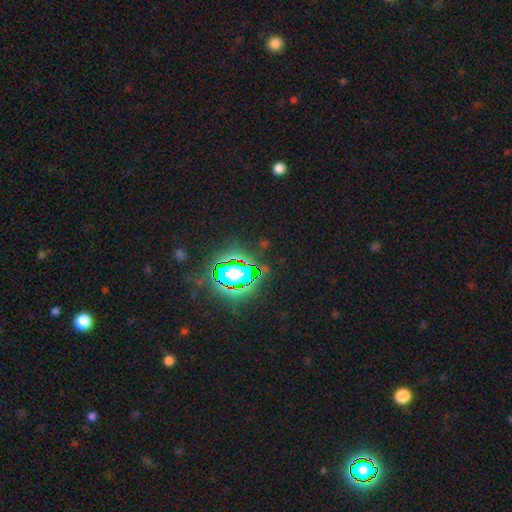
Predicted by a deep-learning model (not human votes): smooth-or-featured: star or artifact: 82% | smooth: 11% | featured or disk: 7%